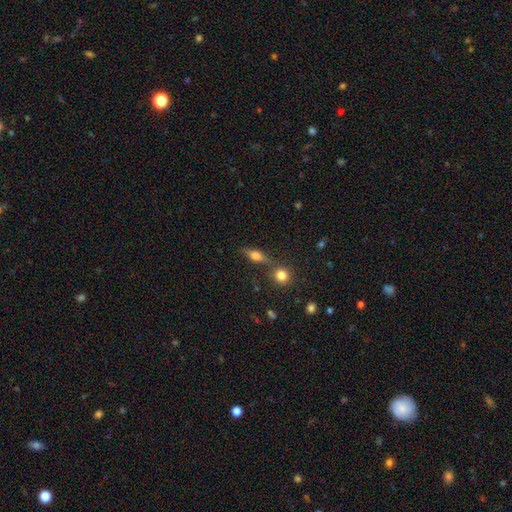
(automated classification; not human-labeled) Smooth or featured: smooth — 52% (featured or disk — 37%)
How rounded: in between — 55% (cigar-shaped — 32%)
Merging: none — 69% (minor disturbance — 14%)